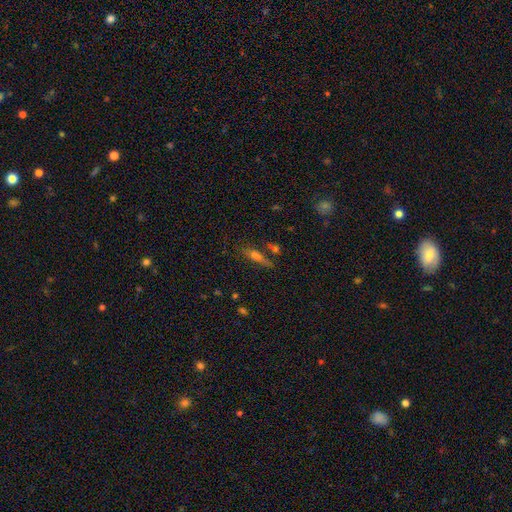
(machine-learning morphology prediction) The model was most divided on "smooth or featured": smooth: 43%, featured or disk: 39%, star or artifact: 17%. More confident: merging — none (64%).